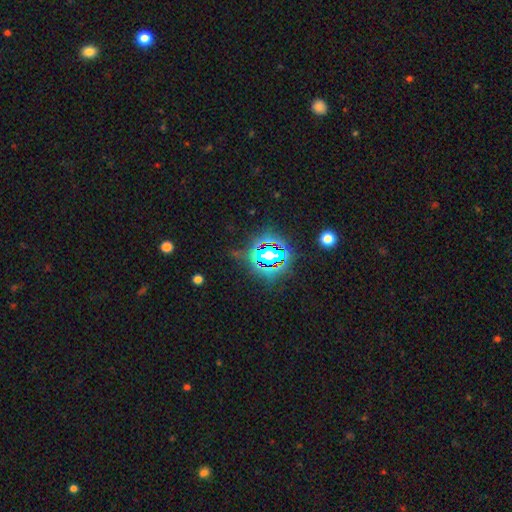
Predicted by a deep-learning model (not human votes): star or artifact 81%, smooth 11%, featured or disk 8%.